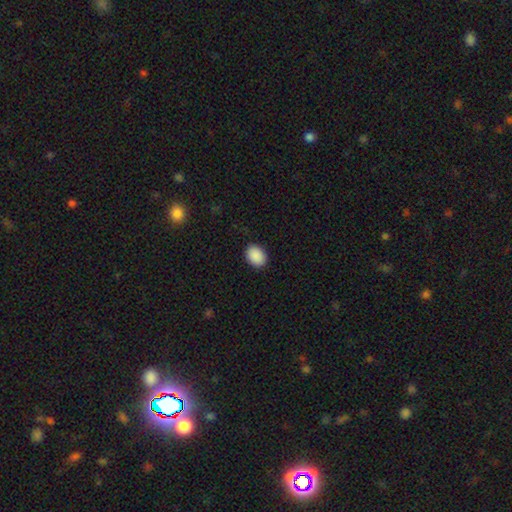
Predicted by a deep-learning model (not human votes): smooth 91%, star or artifact 7%, featured or disk 2%. Down the decision tree: how rounded — in between (70%); merging — none (90%).